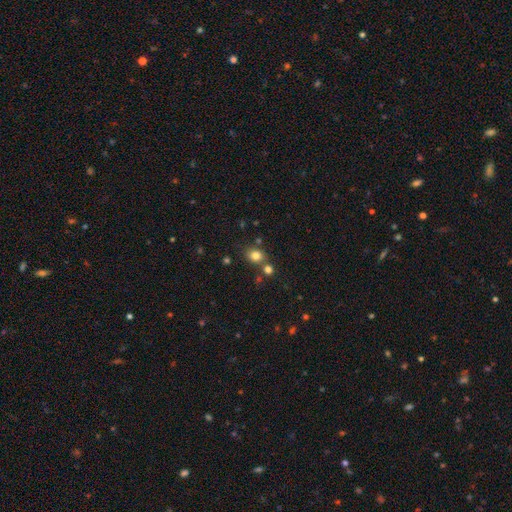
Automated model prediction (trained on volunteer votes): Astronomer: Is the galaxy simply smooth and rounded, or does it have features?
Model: smooth — 79%.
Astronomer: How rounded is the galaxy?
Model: round — 55% (runner-up: in between, 44%).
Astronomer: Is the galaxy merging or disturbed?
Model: none — 66%.